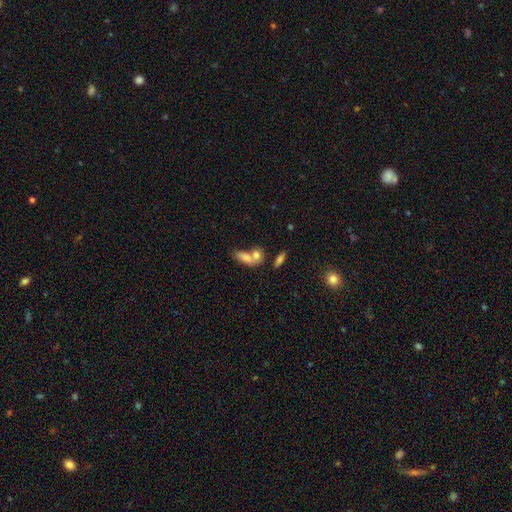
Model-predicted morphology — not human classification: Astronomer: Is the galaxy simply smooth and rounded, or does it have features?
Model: smooth — 75%.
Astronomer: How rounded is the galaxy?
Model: in between — 75%.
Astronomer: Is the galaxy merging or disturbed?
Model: merger — 52% (runner-up: none, 32%).